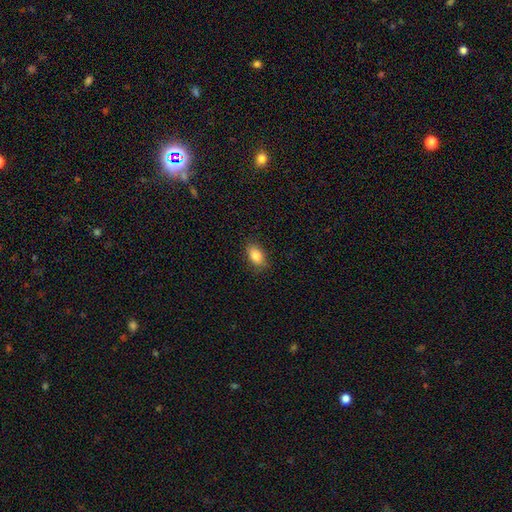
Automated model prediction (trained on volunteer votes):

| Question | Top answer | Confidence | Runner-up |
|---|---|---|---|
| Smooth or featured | smooth | 85% | star or artifact (8%) |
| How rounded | in between | 87% | round (10%) |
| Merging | none | 85% | minor disturbance (11%) |